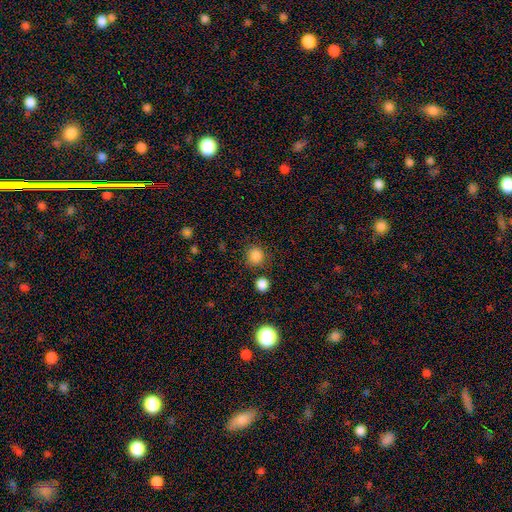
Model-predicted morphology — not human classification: The model was most divided on "merging": none: 80%, minor disturbance: 10%, merger: 6%, major disturbance: 4%. More confident: how rounded — round (89%); smooth or featured — smooth (84%).